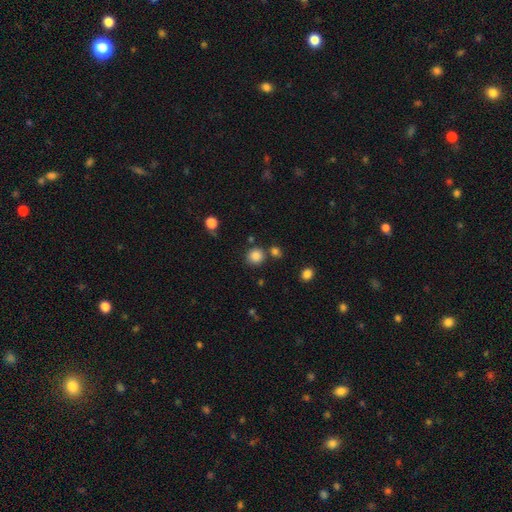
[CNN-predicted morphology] Smooth or featured: smooth — 85% (star or artifact — 11%)
How rounded: round — 87% (in between — 12%)
Merging: none — 77% (merger — 10%)